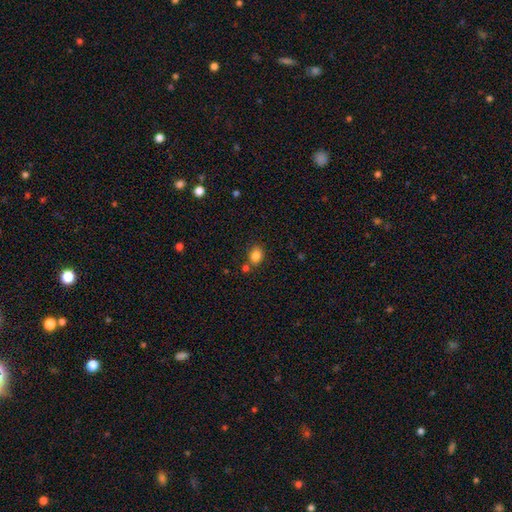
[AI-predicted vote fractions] Smooth or featured? smooth (84%)
How rounded? round (51%)
Merging? none (71%)